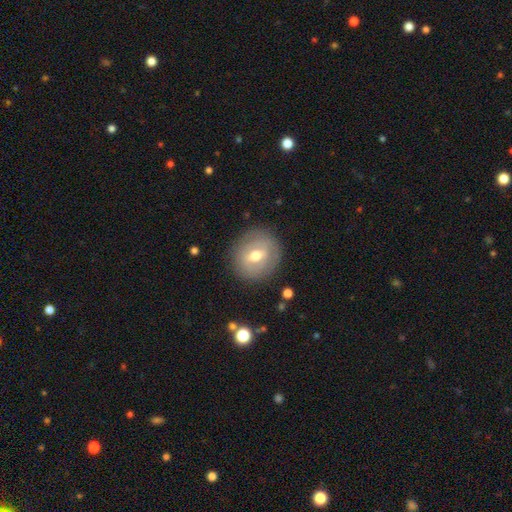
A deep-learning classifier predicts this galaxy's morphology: Smooth or featured? Predicted: featured or disk (p=0.47). Merging? Predicted: none (p=0.84).